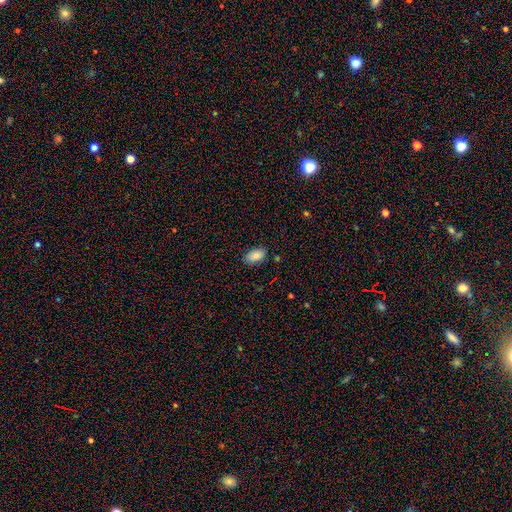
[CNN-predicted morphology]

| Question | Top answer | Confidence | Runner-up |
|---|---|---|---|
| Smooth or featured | smooth | 86% | star or artifact (8%) |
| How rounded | in between | 92% | round (5%) |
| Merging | none | 82% | minor disturbance (14%) |